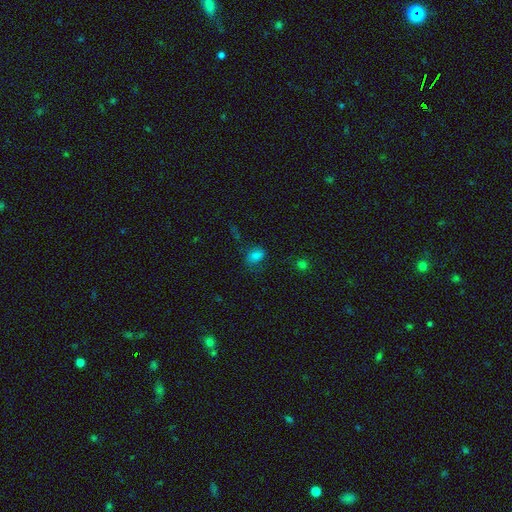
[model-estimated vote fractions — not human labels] Smooth or featured: smooth — 75% (star or artifact — 16%)
How rounded: in between — 71% (round — 28%)
Merging: none — 58% (minor disturbance — 25%)